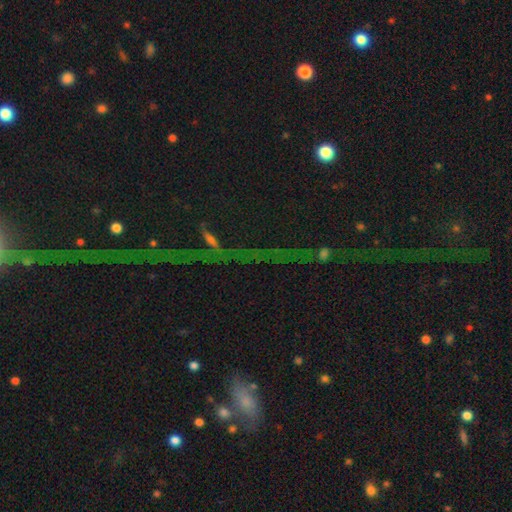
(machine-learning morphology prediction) Smooth or featured?
  - star or artifact: 72% *
  - featured or disk: 15%
  - smooth: 12%